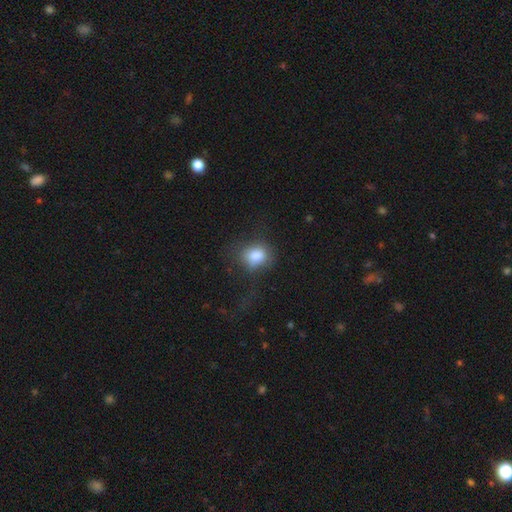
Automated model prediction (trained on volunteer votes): smooth 82%, star or artifact 10%, featured or disk 8%. Down the decision tree: how rounded — round (59%); merging — none (59%).